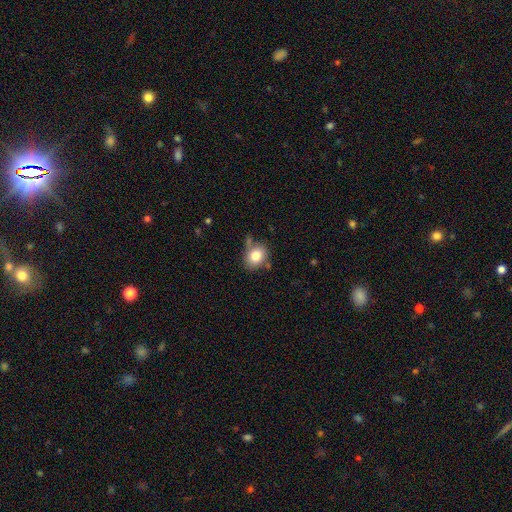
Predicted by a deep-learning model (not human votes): smooth 80%, featured or disk 11%, star or artifact 9%. Down the decision tree: how rounded — round (54%); merging — none (68%).